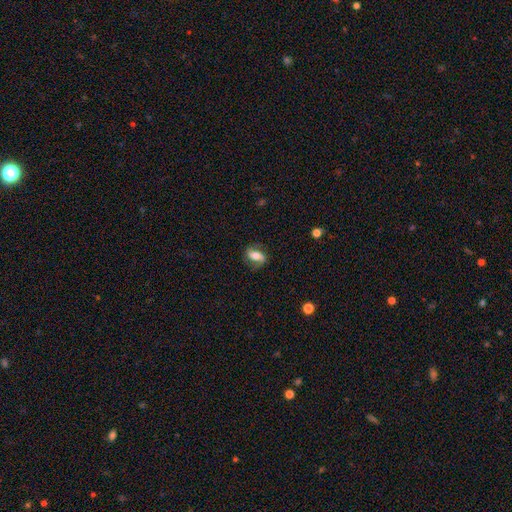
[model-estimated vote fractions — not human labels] smooth_or_featured: featured or disk (p=0.59) [alt: smooth p=0.33]
disk_edge_on: no (p=0.94) [alt: yes p=0.06]
bar: weak (p=0.35) [alt: strong p=0.33]
has_spiral_arms: yes (p=0.87) [alt: no p=0.13]
bulge_size: moderate (p=0.47) [alt: large p=0.27]
merging: none (p=0.70) [alt: minor disturbance p=0.18]